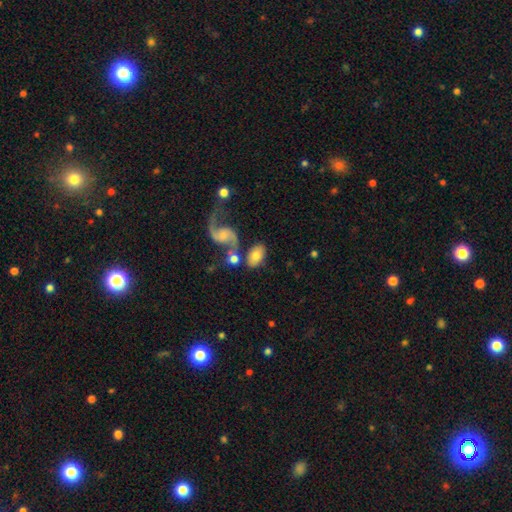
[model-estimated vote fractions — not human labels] The model was most divided on "smooth or featured": smooth: 61%, featured or disk: 32%, star or artifact: 7%. More confident: how rounded — in between (89%); merging — none (55%).